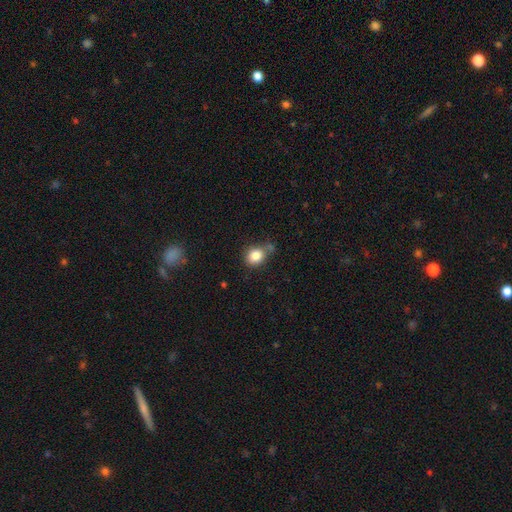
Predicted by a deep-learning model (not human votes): Overall: smooth (83%). How rounded: round (70%). Merging: none (62%).